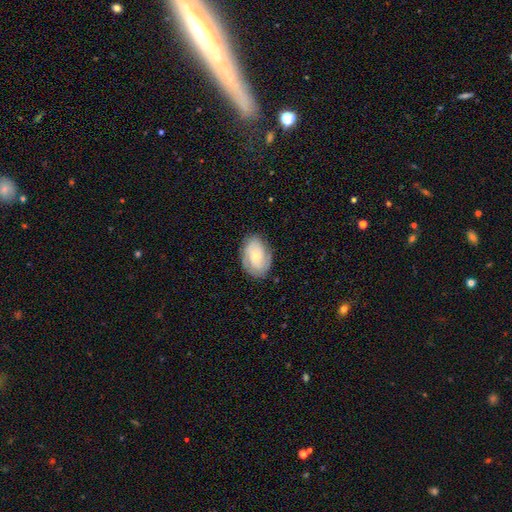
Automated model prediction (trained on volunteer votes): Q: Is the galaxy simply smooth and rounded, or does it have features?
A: featured or disk — 55%.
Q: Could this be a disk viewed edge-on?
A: no — 96%.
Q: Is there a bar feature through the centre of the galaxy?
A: no — 75%.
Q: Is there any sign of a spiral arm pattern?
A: yes — 83%.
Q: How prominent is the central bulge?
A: small — 61%.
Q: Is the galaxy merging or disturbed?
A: none — 77%.